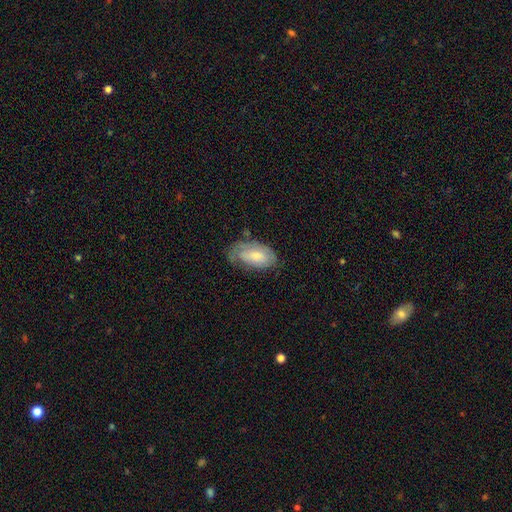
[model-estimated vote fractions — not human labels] Q: Smooth or featured?
A: smooth (56%); runner-up: featured or disk (37%)
Q: How rounded?
A: in between (92%); runner-up: cigar-shaped (4%)
Q: Merging?
A: none (53%); runner-up: minor disturbance (32%)